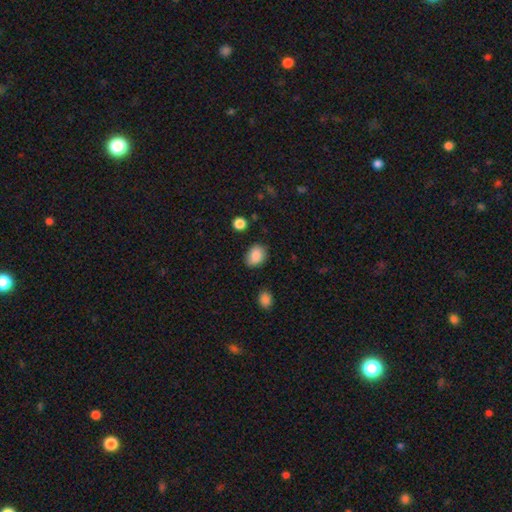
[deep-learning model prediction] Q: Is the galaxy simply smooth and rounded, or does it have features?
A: smooth — 86%.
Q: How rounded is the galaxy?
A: in between — 64%.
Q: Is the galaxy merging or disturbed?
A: none — 74%.